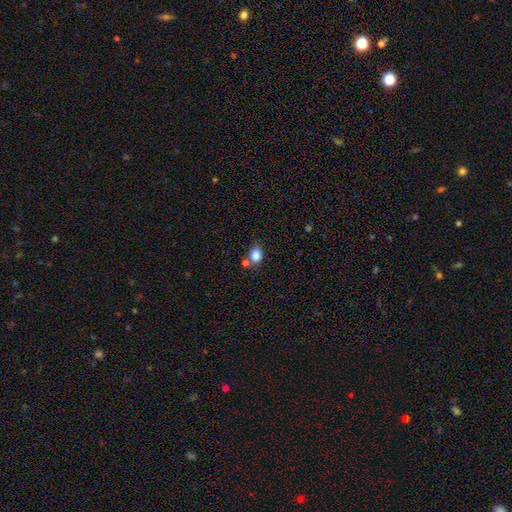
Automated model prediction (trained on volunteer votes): A smooth galaxy with no disk features (84%) that is in between round and cigar-shaped (62%).

Vote fractions:
- Smooth or featured? smooth: 84% / star or artifact: 10% / featured or disk: 6%
- How rounded? in between: 62% / round: 37% / cigar-shaped: 1%
- Merging? none: 62% / merger: 21% / minor disturbance: 13% / major disturbance: 4%